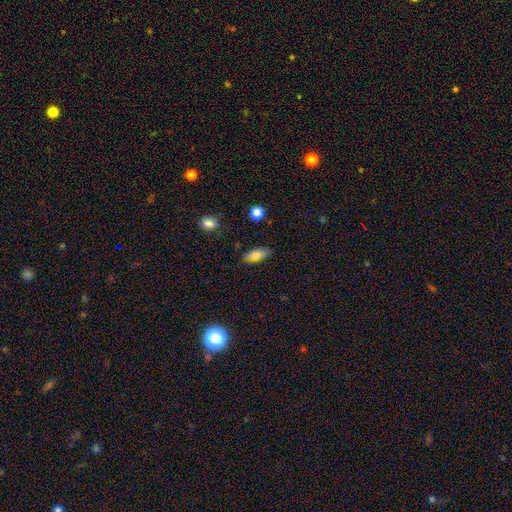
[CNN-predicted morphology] Q: Smooth or featured?
A: smooth (78%); runner-up: featured or disk (13%)
Q: How rounded?
A: in between (74%); runner-up: cigar-shaped (22%)
Q: Merging?
A: none (80%); runner-up: minor disturbance (15%)